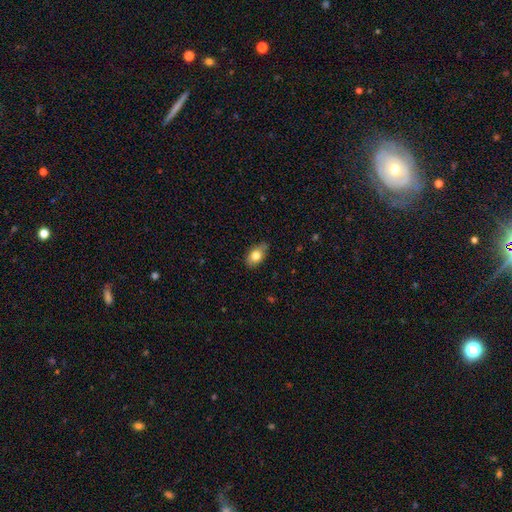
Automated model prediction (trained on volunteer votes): smooth_or_featured: smooth (p=0.79) [alt: featured or disk p=0.14]
how_rounded: in between (p=0.87) [alt: round p=0.11]
merging: none (p=0.76) [alt: minor disturbance p=0.20]